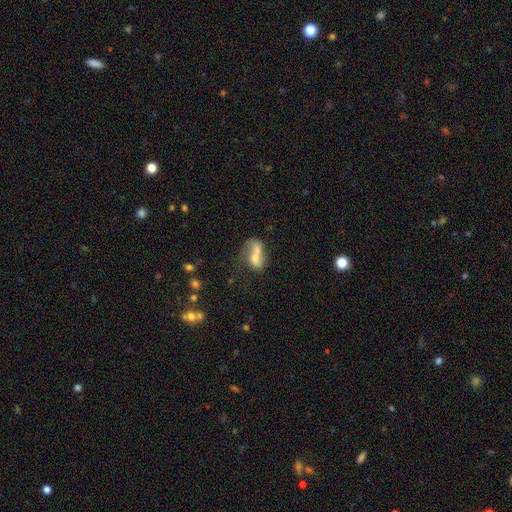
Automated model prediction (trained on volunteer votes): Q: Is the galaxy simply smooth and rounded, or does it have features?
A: smooth — 46%.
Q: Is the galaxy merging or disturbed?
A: merger — 31%.